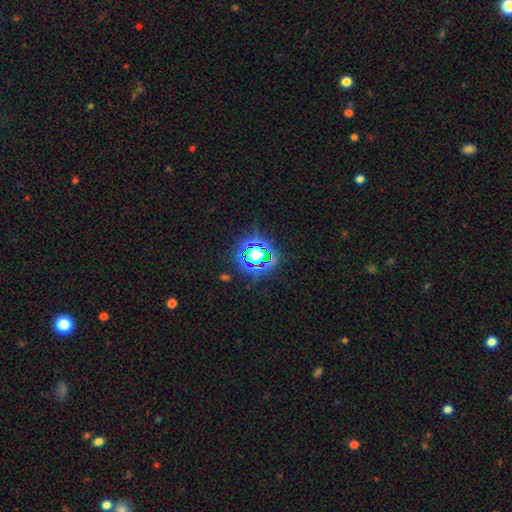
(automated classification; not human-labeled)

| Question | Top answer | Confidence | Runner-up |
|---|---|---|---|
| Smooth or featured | star or artifact | 60% | smooth (28%) |